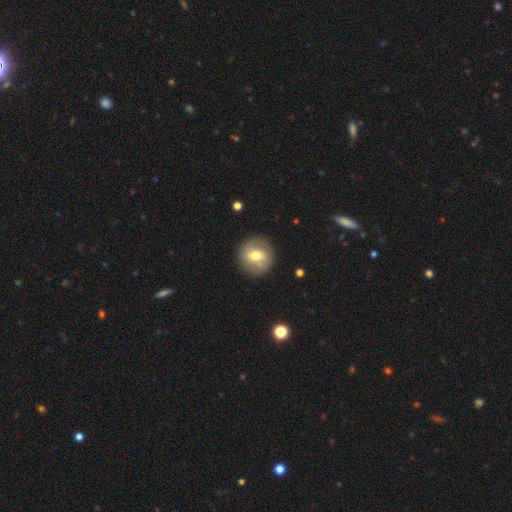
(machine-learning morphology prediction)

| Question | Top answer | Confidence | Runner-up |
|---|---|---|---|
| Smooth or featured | smooth | 51% | featured or disk (42%) |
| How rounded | round | 88% | in between (11%) |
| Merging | none | 85% | minor disturbance (10%) |